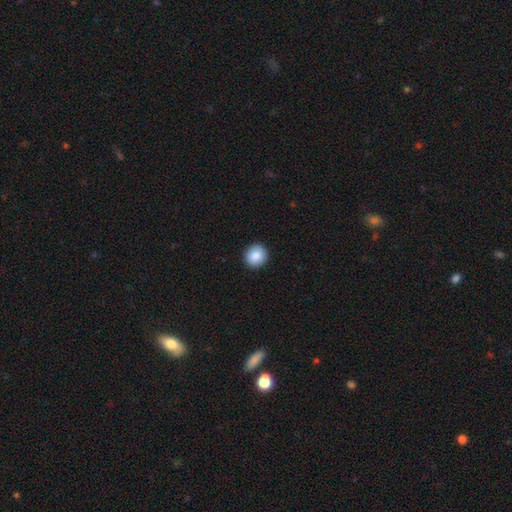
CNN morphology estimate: A smooth galaxy with no disk features (87%) that is round (92%). Merging: none (93%).